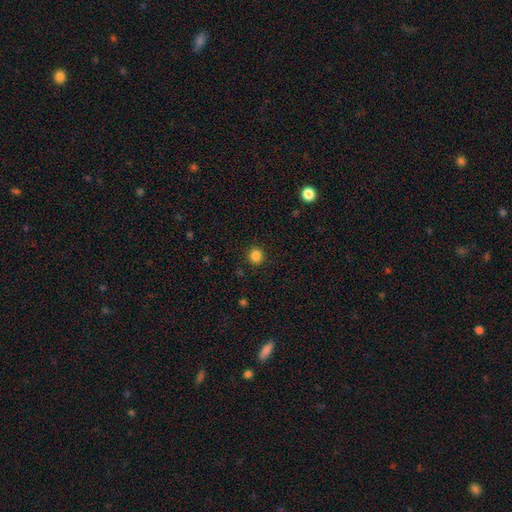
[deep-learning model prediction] Smooth or featured?
  - smooth: 85% *
  - star or artifact: 12%
  - featured or disk: 3%
How rounded?
  - round: 91% *
  - in between: 8%
  - cigar-shaped: 1%
Merging?
  - none: 91% *
  - minor disturbance: 6%
  - major disturbance: 2%
  - merger: 1%